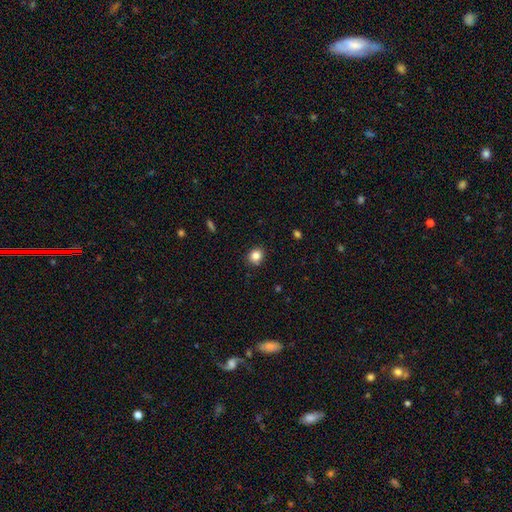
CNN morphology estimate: type=smooth (84%); roundness=round (75%); merging=none (87%).